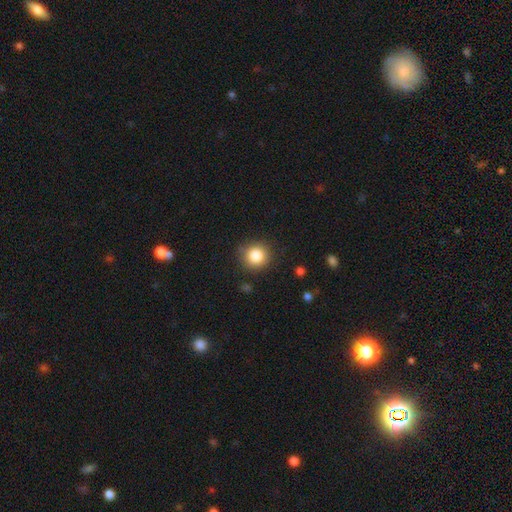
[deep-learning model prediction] smooth_or_featured: smooth (p=0.84) [alt: star or artifact p=0.10]
how_rounded: round (p=0.92) [alt: in between p=0.07]
merging: none (p=0.86) [alt: minor disturbance p=0.09]